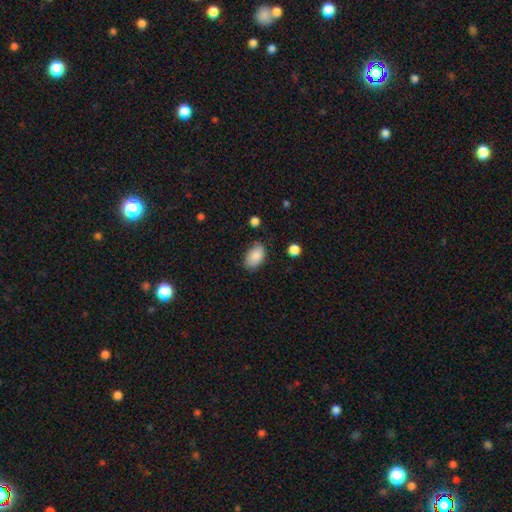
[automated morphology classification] smooth-or-featured: smooth: 87% | star or artifact: 7% | featured or disk: 6%
  how-rounded: in between: 91% | round: 7% | cigar-shaped: 1%
  merging: none: 72% | minor disturbance: 21% | major disturbance: 4% | merger: 2%